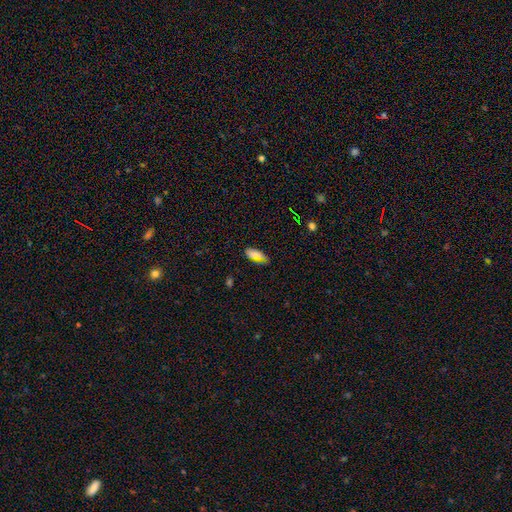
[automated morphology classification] Overall: smooth (75%). How rounded: in between (81%). Merging: none (68%).